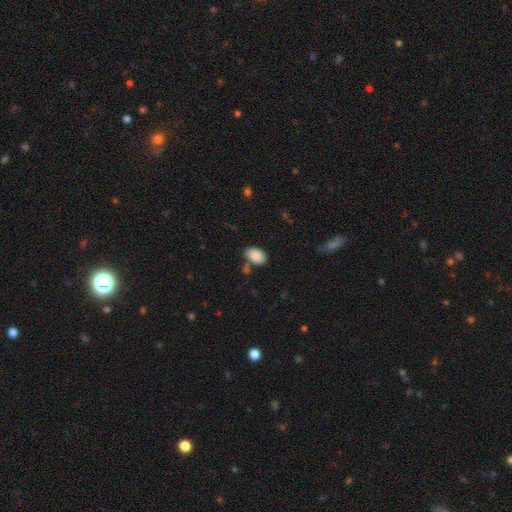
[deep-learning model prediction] Overall: smooth (88%). How rounded: in between (90%). Merging: none (73%).